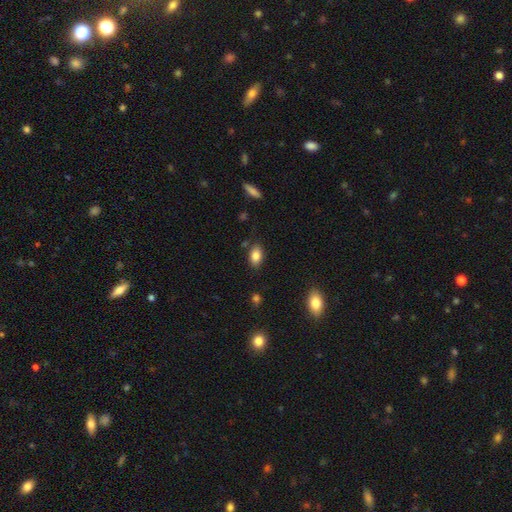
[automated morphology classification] This appears to be a smooth galaxy with no disk features (85%) that is in between round and cigar-shaped (89%). Merging: none (82%).